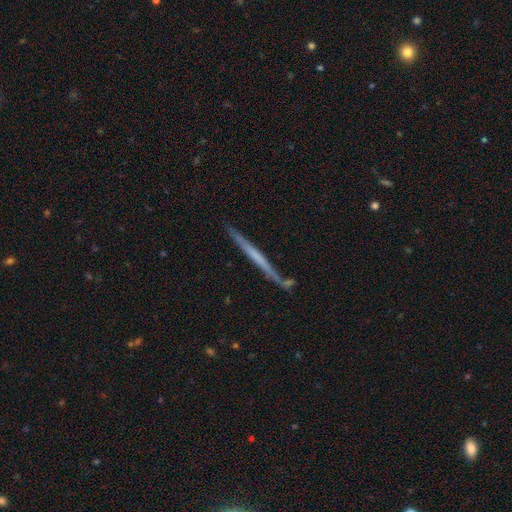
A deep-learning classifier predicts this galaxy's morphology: A featured or disk galaxy (55%) viewed edge-on (96%) with no central bulge (86%). Merging: none (81%).